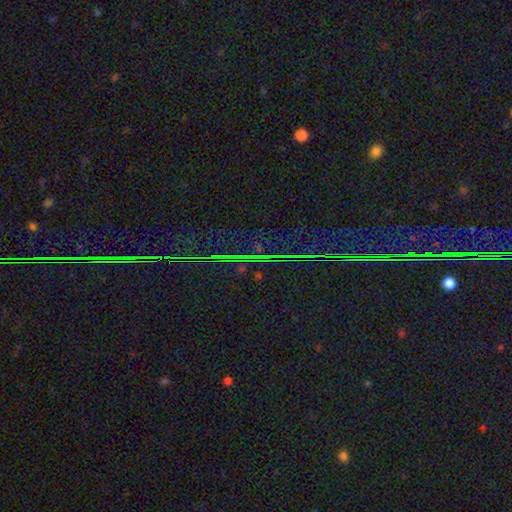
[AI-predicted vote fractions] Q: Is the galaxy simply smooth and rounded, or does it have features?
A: star or artifact — 88%.